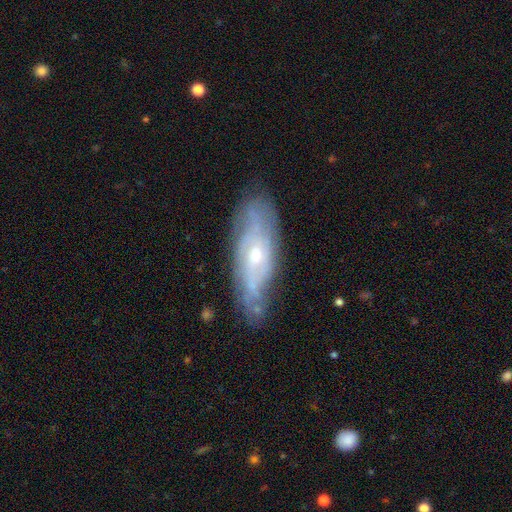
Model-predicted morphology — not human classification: smooth_or_featured: featured or disk (p=0.77) [alt: smooth p=0.16]
disk_edge_on: no (p=0.80) [alt: yes p=0.20]
bar: no (p=0.65) [alt: weak p=0.29]
has_spiral_arms: yes (p=0.86) [alt: no p=0.14]
spiral_winding: tight (p=0.58) [alt: medium p=0.31]
spiral_arm_count: can't tell (p=0.54) [alt: 2 p=0.20]
bulge_size: moderate (p=0.50) [alt: small p=0.46]
merging: none (p=0.72) [alt: minor disturbance p=0.21]